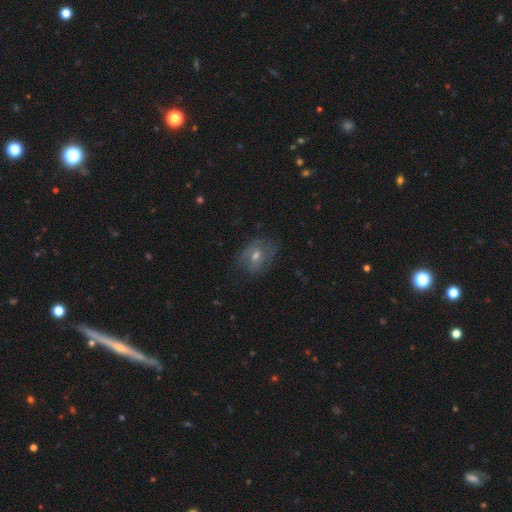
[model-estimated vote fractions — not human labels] smooth-or-featured: featured or disk: 43% | smooth: 41% | star or artifact: 16%
  merging: none: 65% | minor disturbance: 23% | major disturbance: 11% | merger: 1%